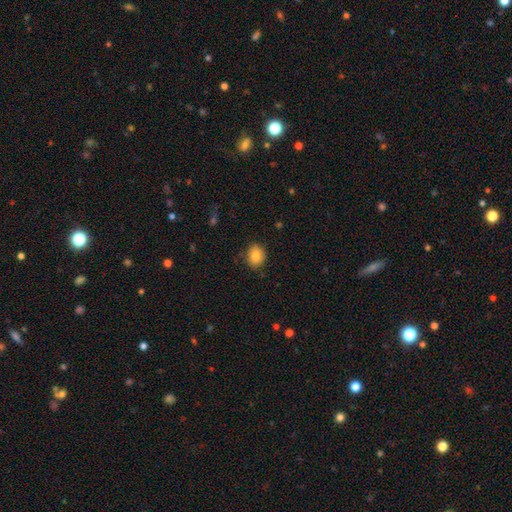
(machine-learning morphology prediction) This appears to be a smooth galaxy with no disk features (84%) that is round (57%). Merging: none (85%).